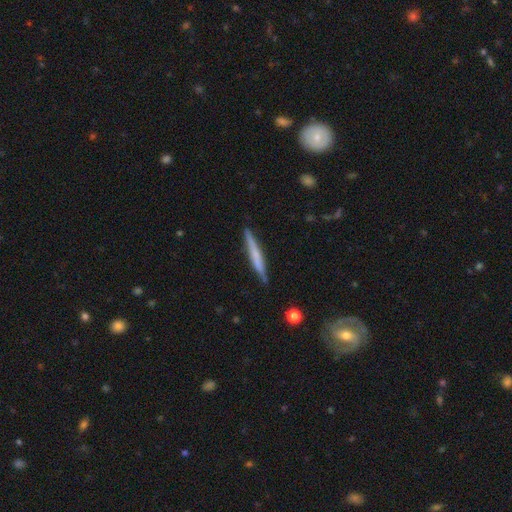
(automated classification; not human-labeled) Q: Smooth or featured?
A: smooth (52%); runner-up: featured or disk (42%)
Q: How rounded?
A: cigar-shaped (96%); runner-up: in between (3%)
Q: Merging?
A: none (89%); runner-up: minor disturbance (9%)